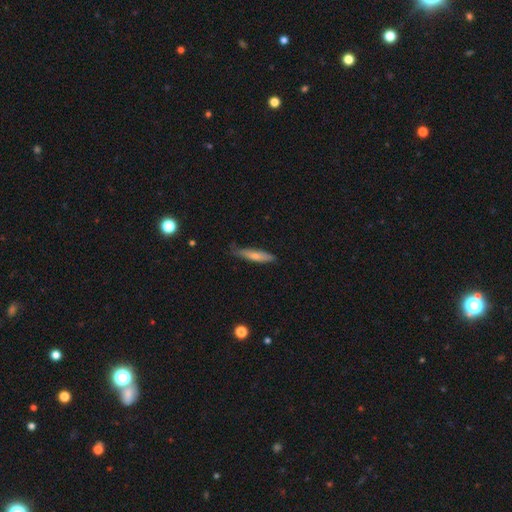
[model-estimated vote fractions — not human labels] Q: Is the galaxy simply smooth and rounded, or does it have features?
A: smooth — 70%.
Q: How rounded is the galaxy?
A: cigar-shaped — 81%.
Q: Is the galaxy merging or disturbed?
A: none — 70%.